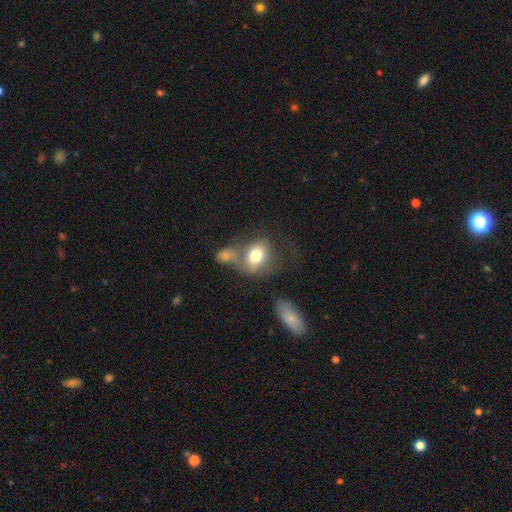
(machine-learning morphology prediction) This is likely a smooth galaxy (74%). How rounded: possibly in between (55%). Merging: marginally merger (41%).